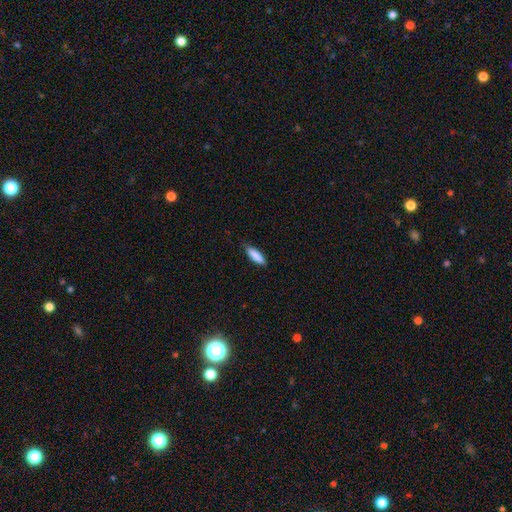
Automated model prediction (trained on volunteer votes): smooth_or_featured: smooth (p=0.87) [alt: featured or disk p=0.07]
how_rounded: cigar-shaped (p=0.53) [alt: in between p=0.45]
merging: none (p=0.78) [alt: minor disturbance p=0.18]